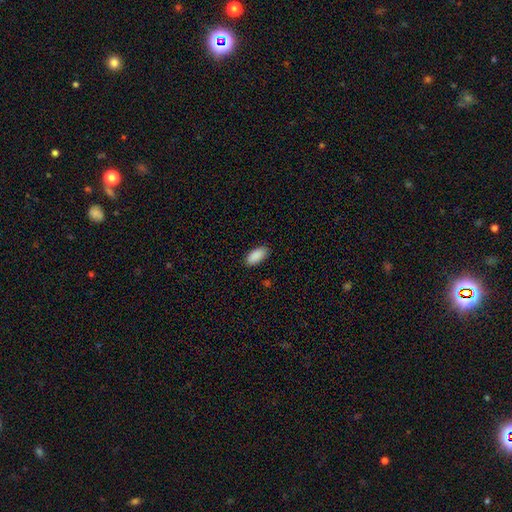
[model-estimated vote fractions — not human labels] Overall: smooth (91%). How rounded: in between (93%). Merging: none (87%).